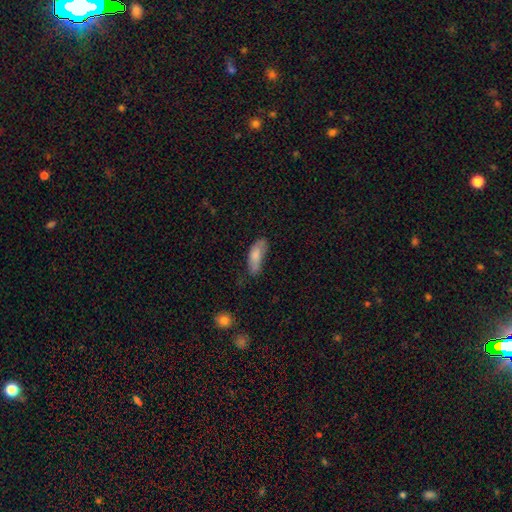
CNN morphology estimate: This appears to be a smooth galaxy with no disk features (79%) that is in between round and cigar-shaped (69%). Merging: none (47%).